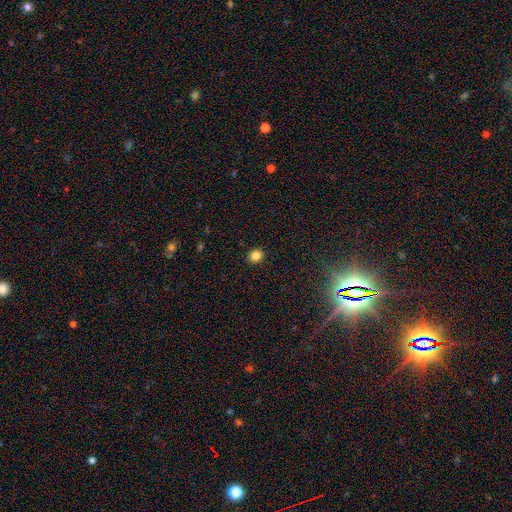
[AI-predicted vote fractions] Smooth or featured? Predicted: smooth (p=0.85). How rounded? Predicted: round (p=0.80). Merging? Predicted: none (p=0.92).